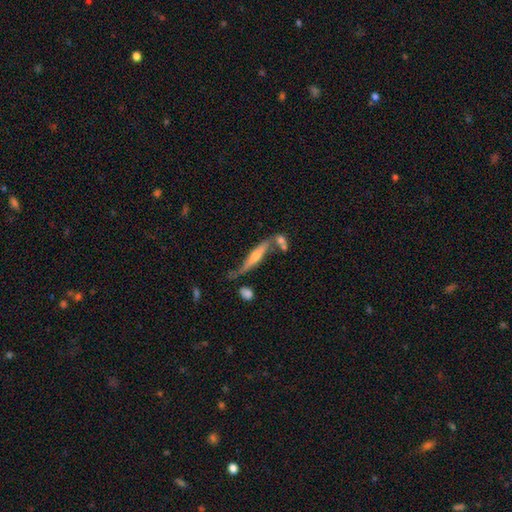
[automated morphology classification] The model was most divided on "merging": none: 55%, minor disturbance: 20%, merger: 17%, major disturbance: 8%. More confident: edge-on disk — yes (87%); edge-on bulge — rounded (83%); smooth or featured — featured or disk (72%).